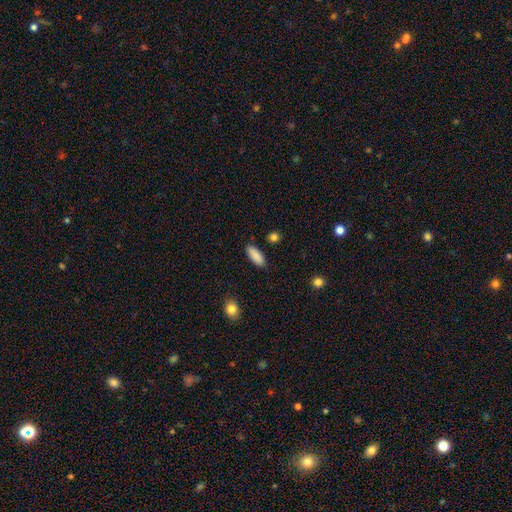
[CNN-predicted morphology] A smooth galaxy with no disk features (89%) that is in between round and cigar-shaped (76%). Merging: none (88%).